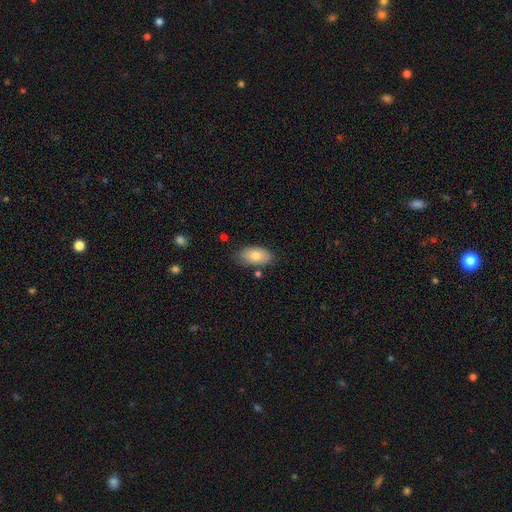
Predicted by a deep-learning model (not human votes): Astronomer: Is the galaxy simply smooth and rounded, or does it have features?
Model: smooth — 79%.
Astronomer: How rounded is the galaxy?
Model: in between — 94%.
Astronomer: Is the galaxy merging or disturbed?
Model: none — 77%.